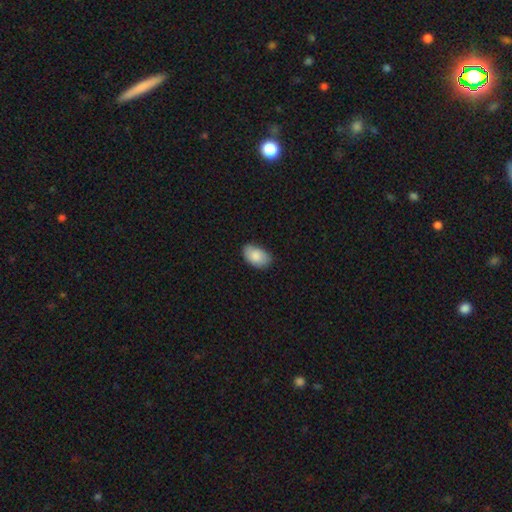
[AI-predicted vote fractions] Smooth or featured: smooth — 85% (featured or disk — 9%)
How rounded: in between — 91% (round — 8%)
Merging: none — 75% (minor disturbance — 21%)